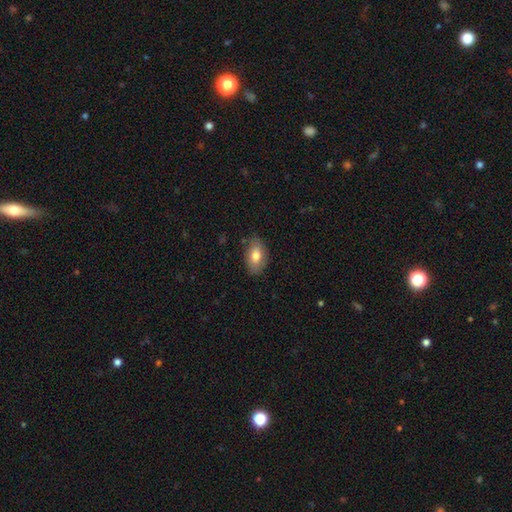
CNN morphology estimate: type=smooth (79%); roundness=in between (90%); merging=none (81%).